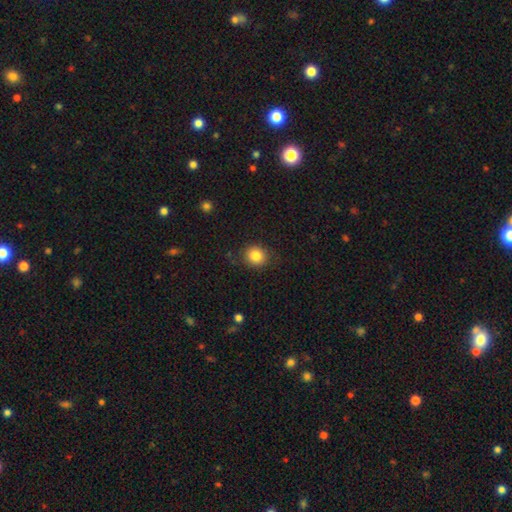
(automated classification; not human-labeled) Overall: smooth (85%). How rounded: round (79%). Merging: none (85%).